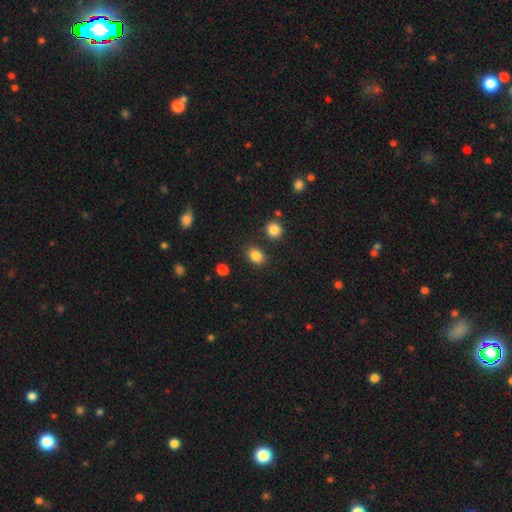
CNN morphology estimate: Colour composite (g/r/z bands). It shows a smooth galaxy with no disk features (85%) that is in between round and cigar-shaped (61%). Merging: none (82%).